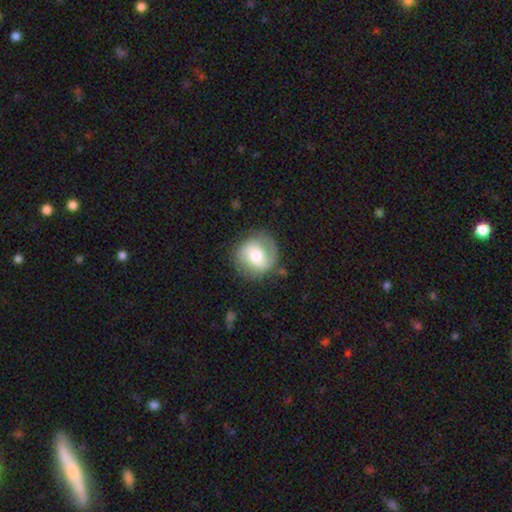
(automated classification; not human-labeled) A smooth galaxy with no disk features (53%) that is round (87%). Merging: none (76%).